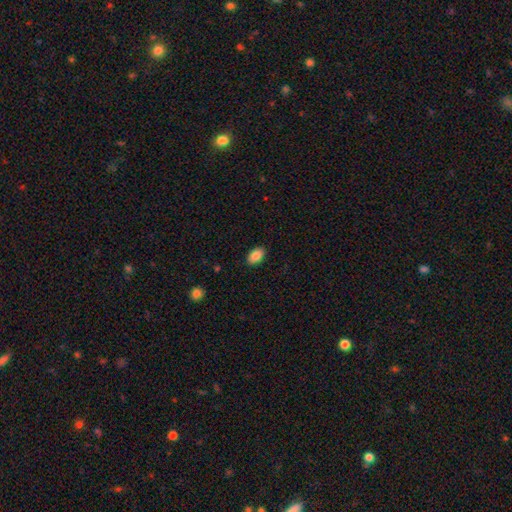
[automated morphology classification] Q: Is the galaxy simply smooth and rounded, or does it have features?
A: smooth — 87%.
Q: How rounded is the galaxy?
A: in between — 92%.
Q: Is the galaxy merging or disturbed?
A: none — 89%.